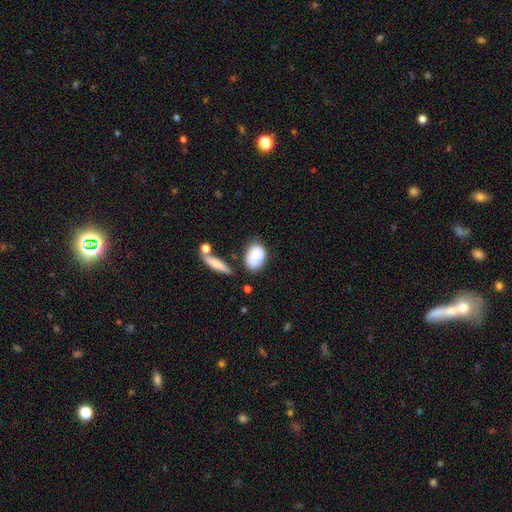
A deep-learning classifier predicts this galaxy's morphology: type=smooth (77%); roundness=in between (82%); merging=none (51%).